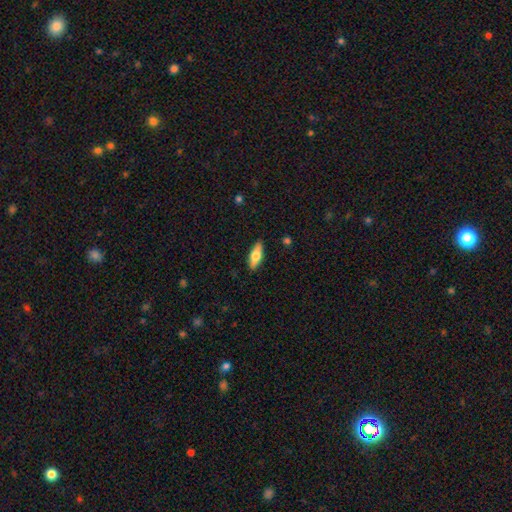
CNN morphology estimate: This appears to be a smooth galaxy with no disk features (66%) that is in between round and cigar-shaped (64%). Merging: none (88%).